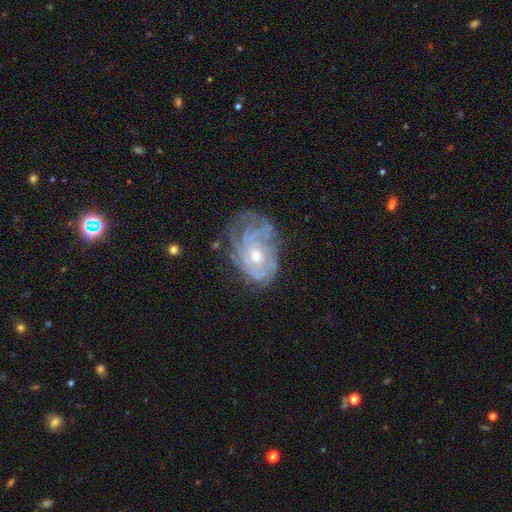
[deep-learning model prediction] This appears to be a featured or disk galaxy (83%) with no bar (74%), tight (68%) spiral arms (91%) and a moderate central bulge (62%). Merging: none (57%).